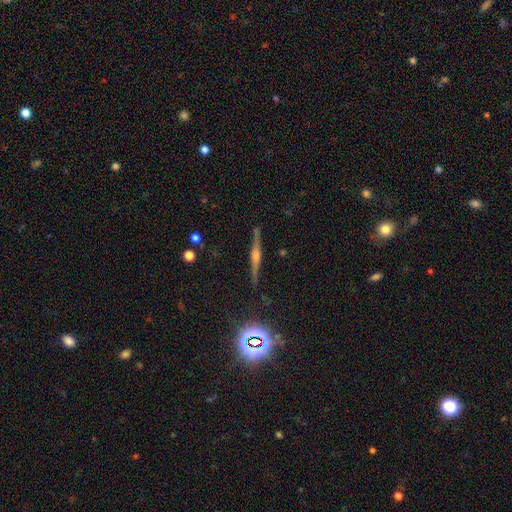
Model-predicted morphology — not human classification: The model was most divided on "smooth or featured": featured or disk: 76%, star or artifact: 13%, smooth: 12%. More confident: edge-on disk — yes (98%); merging — none (90%); edge-on bulge — rounded (83%).